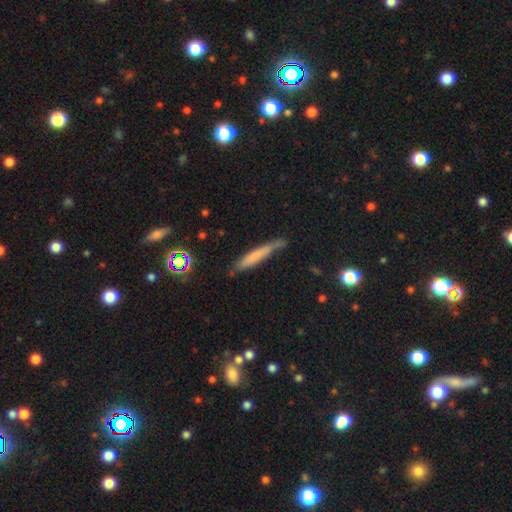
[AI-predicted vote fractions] Morphology: type=smooth (64%); roundness=cigar-shaped (93%); merging=none (70%).